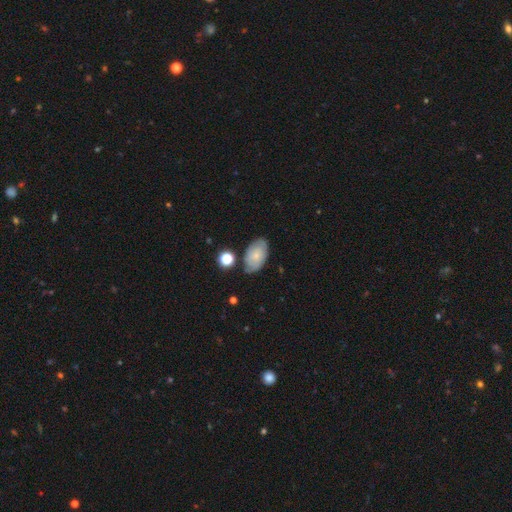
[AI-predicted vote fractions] Smooth or featured?
  - smooth: 60% *
  - featured or disk: 32%
  - star or artifact: 8%
How rounded?
  - in between: 92% *
  - round: 7%
  - cigar-shaped: 2%
Merging?
  - none: 72% *
  - minor disturbance: 19%
  - merger: 4%
  - major disturbance: 4%